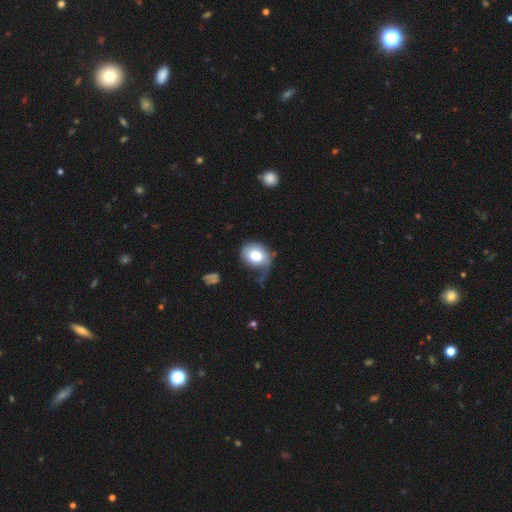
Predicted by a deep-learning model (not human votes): A smooth galaxy with no disk features (67%) that is round (57%). Merging: major disturbance (34%).